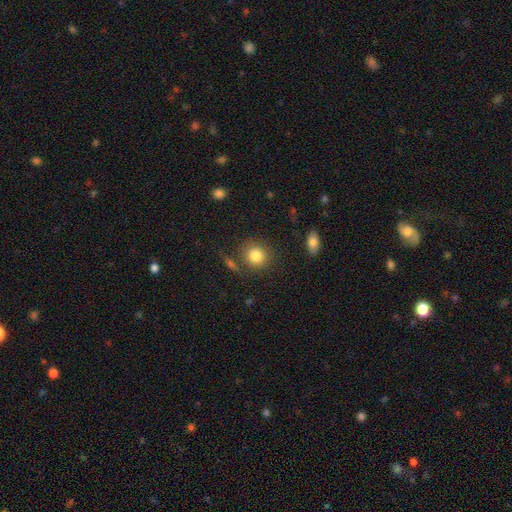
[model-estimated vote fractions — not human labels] Overall: smooth (84%). How rounded: round (85%). Merging: none (79%).